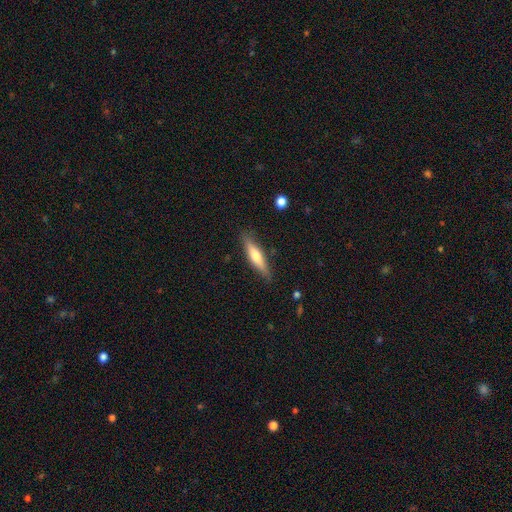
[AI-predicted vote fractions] The model was most divided on "smooth or featured": smooth: 53%, featured or disk: 41%, star or artifact: 6%. More confident: merging — none (85%); how rounded — cigar-shaped (80%).